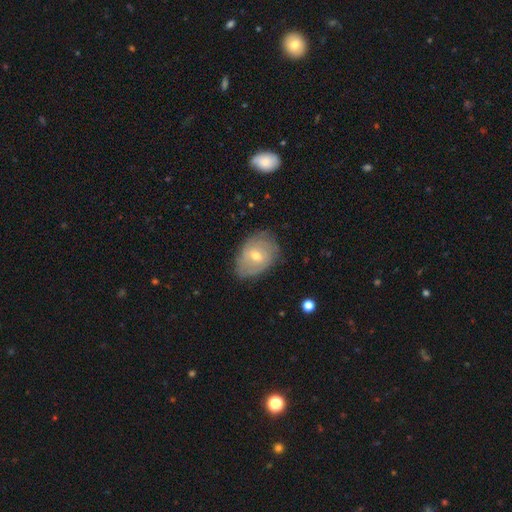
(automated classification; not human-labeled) smooth-or-featured: featured or disk: 58% | smooth: 35% | star or artifact: 8%
  disk-edge-on: no: 95% | yes: 5%
    bar: no: 46% | weak: 45% | strong: 9%
    has-spiral-arms: yes: 71% | no: 29%
    bulge-size: moderate: 56% | small: 41% | large: 2% | none: 1% | dominant: 1%
  merging: none: 68% | minor disturbance: 25% | major disturbance: 6% | merger: 1%